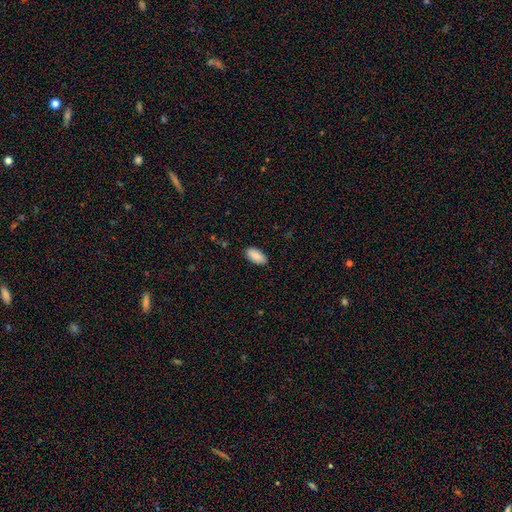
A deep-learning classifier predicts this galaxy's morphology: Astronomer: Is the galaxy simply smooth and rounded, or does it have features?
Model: smooth — 90%.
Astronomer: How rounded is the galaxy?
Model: in between — 93%.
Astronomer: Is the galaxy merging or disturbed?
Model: none — 86%.